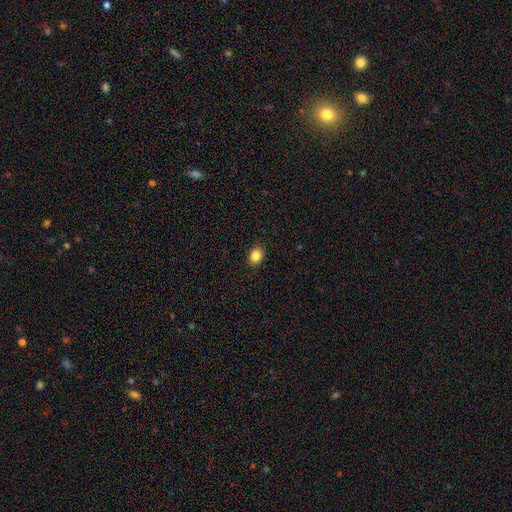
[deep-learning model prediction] smooth_or_featured: smooth (p=0.85) [alt: star or artifact p=0.10]
how_rounded: in between (p=0.58) [alt: round p=0.41]
merging: none (p=0.88) [alt: minor disturbance p=0.09]